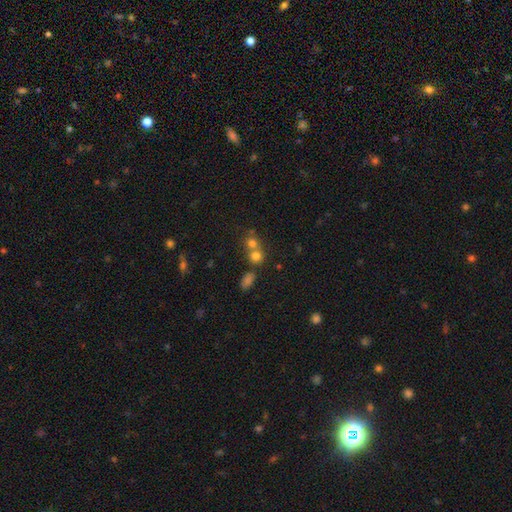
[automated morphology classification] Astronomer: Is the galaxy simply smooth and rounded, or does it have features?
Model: smooth — 72%.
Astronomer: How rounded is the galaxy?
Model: round — 78%.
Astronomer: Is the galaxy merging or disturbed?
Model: merger — 49% (runner-up: none, 42%).